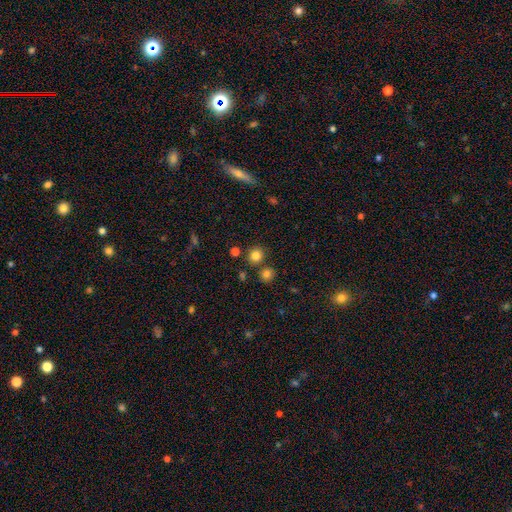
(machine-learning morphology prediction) A smooth galaxy with no disk features (82%) that is round (89%). Merging: none (81%).